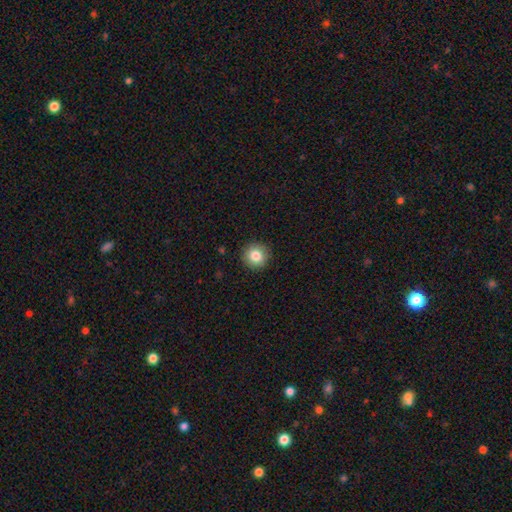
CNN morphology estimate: smooth-or-featured: smooth: 83% | star or artifact: 9% | featured or disk: 7%
  how-rounded: round: 95% | in between: 5% | cigar-shaped: 1%
  merging: none: 92% | minor disturbance: 5% | major disturbance: 2% | merger: 1%